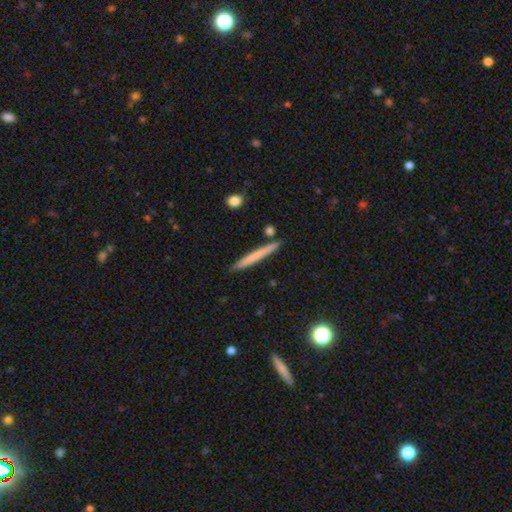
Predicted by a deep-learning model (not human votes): Q: Smooth or featured?
A: smooth (63%); runner-up: featured or disk (31%)
Q: How rounded?
A: cigar-shaped (97%); runner-up: in between (2%)
Q: Merging?
A: none (87%); runner-up: minor disturbance (8%)